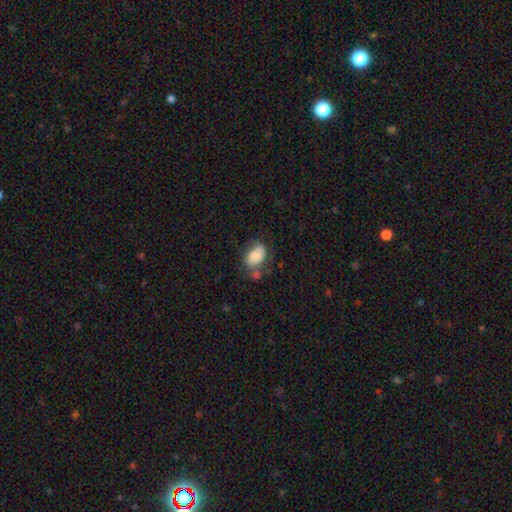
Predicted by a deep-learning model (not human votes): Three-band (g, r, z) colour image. It shows a smooth galaxy with no disk features (64%) that is in between round and cigar-shaped (82%). Merging: none (46%).